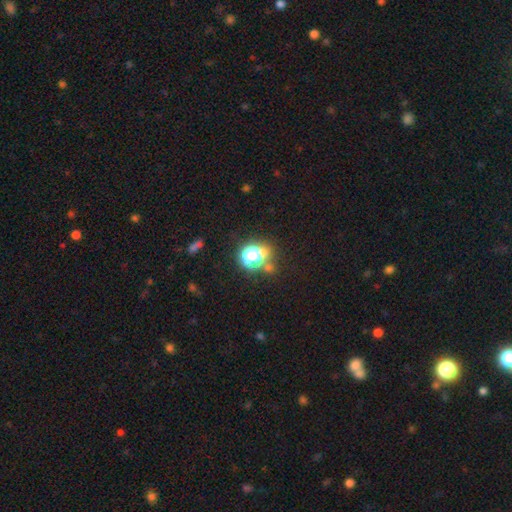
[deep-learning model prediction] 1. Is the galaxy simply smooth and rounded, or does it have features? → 49% star or artifact, 41% smooth, 10% featured or disk.